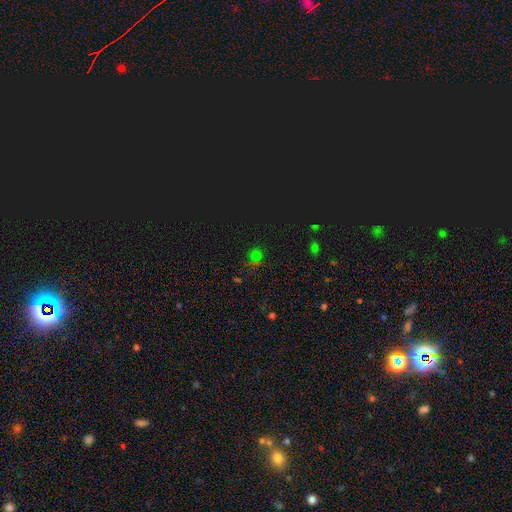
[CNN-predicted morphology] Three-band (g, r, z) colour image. It shows a star or artifact, not a galaxy (59%).